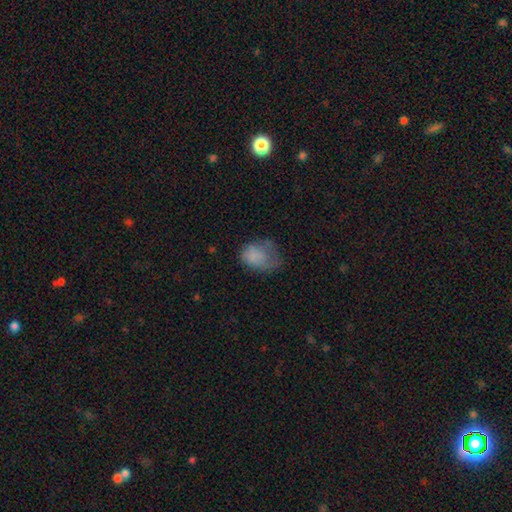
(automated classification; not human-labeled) Smooth or featured? Predicted: smooth (p=0.74). How rounded? Predicted: in between (p=0.63). Merging? Predicted: major disturbance (p=0.36).